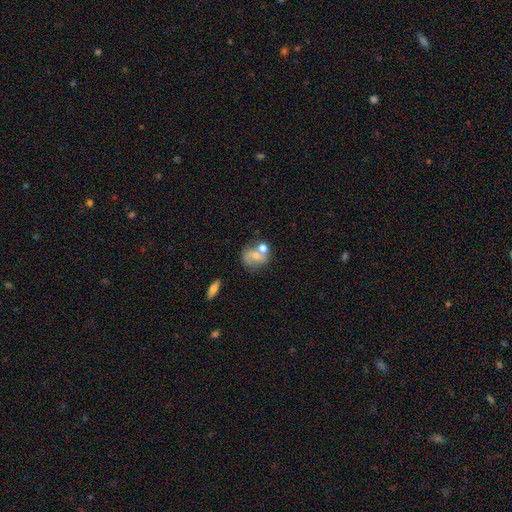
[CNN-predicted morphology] This is possibly a smooth galaxy (53%). How rounded: likely round (60%). Merging: marginally none (40%).